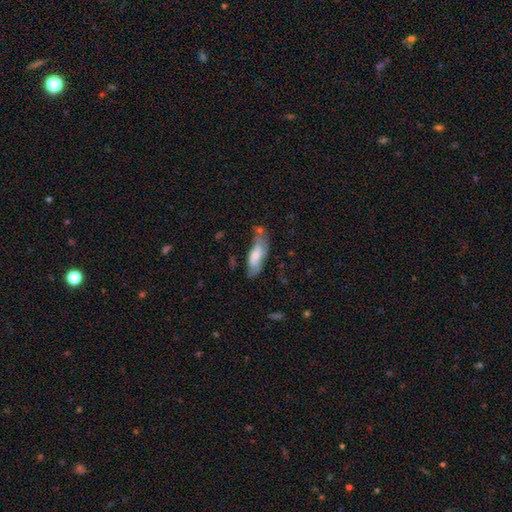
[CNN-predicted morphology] This appears to be a smooth galaxy with no disk features (63%) that is in between round and cigar-shaped (62%). Merging: none (43%).